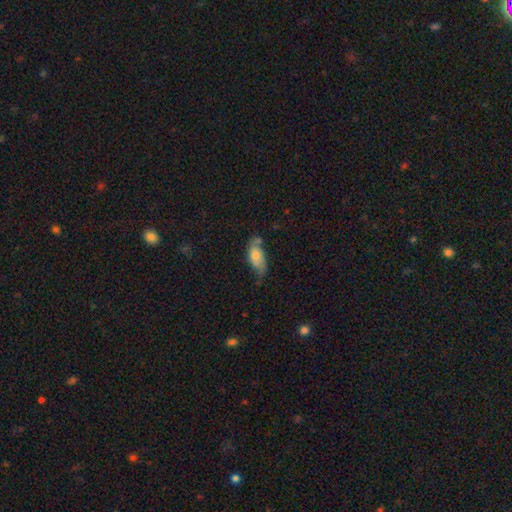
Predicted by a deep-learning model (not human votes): The model was most divided on "merging": none: 49%, minor disturbance: 33%, major disturbance: 12%, merger: 6%. More confident: how rounded — in between (85%); smooth or featured — smooth (54%).